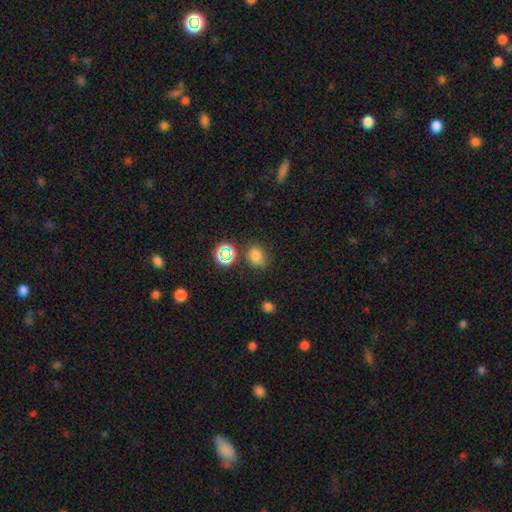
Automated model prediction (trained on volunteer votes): smooth 73%, star or artifact 20%, featured or disk 7%. Down the decision tree: how rounded — round (51%); merging — none (67%).